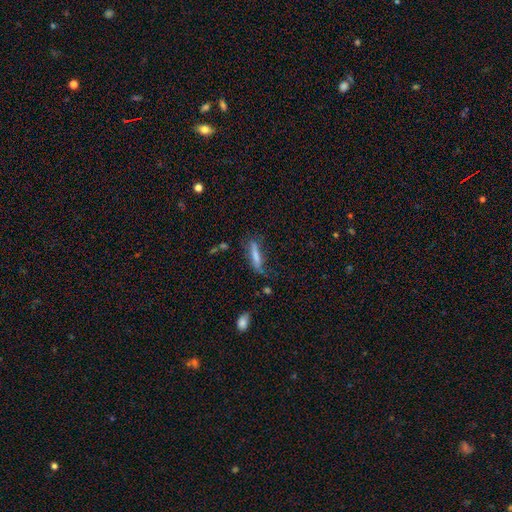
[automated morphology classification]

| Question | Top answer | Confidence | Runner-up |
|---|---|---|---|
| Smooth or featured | smooth | 65% | featured or disk (26%) |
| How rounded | cigar-shaped | 80% | in between (18%) |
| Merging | none | 60% | minor disturbance (24%) |